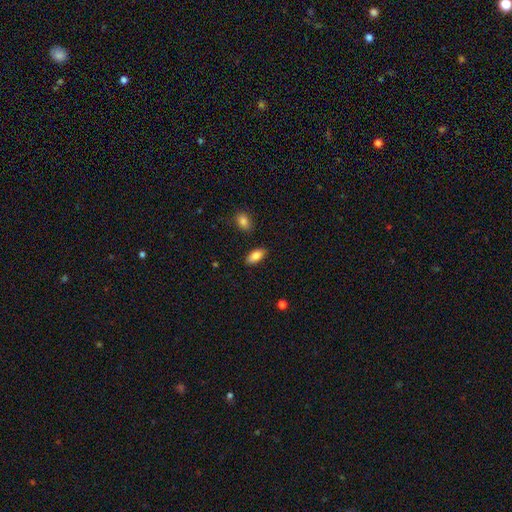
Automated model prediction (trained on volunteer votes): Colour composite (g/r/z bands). It shows a smooth galaxy with no disk features (85%) that is in between round and cigar-shaped (91%). Merging: none (87%).